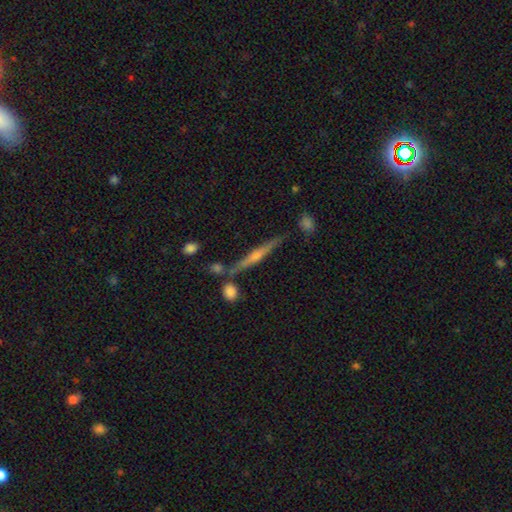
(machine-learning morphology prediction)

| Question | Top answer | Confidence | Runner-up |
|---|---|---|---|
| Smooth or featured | featured or disk | 69% | smooth (24%) |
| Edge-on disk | yes | 97% | no (3%) |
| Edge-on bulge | rounded | 76% | none (15%) |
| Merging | none | 79% | minor disturbance (11%) |